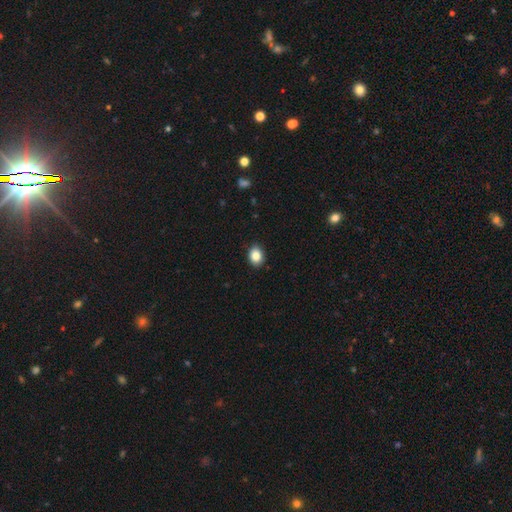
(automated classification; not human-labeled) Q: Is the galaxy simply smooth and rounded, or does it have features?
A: smooth — 87%.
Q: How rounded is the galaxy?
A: in between — 61%.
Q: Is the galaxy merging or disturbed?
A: none — 89%.